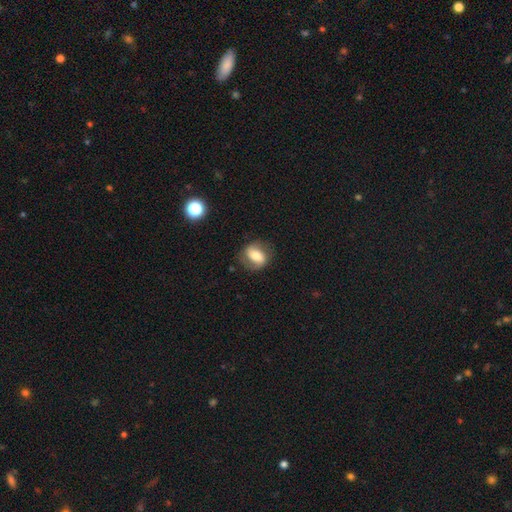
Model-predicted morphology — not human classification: Smooth or featured?
  - smooth: 50% *
  - featured or disk: 42%
  - star or artifact: 8%
Merging?
  - none: 74% *
  - minor disturbance: 17%
  - major disturbance: 7%
  - merger: 1%